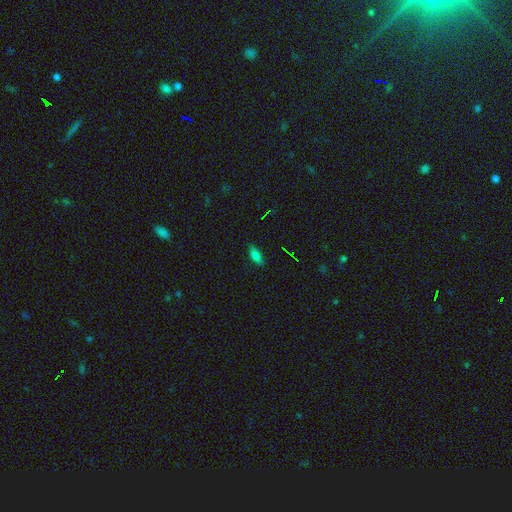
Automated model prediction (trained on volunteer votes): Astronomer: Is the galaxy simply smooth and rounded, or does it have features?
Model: smooth — 74%.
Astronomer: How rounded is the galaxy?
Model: in between — 77%.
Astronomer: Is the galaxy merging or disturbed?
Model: none — 83%.